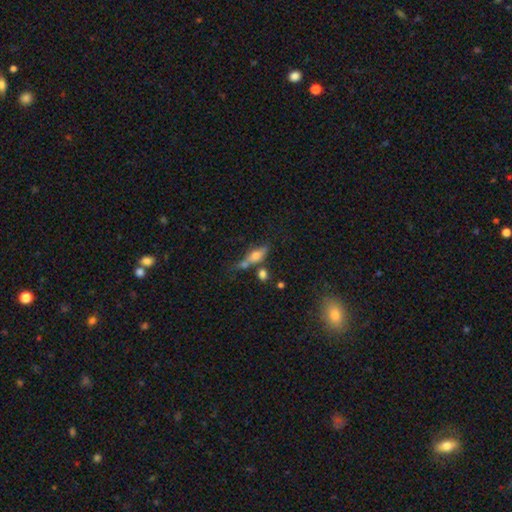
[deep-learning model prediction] Smooth or featured: smooth — 59% (featured or disk — 32%)
How rounded: in between — 58% (cigar-shaped — 36%)
Merging: none — 46% (merger — 22%)